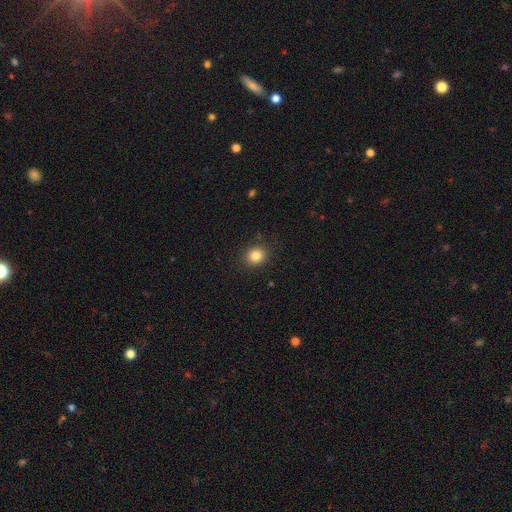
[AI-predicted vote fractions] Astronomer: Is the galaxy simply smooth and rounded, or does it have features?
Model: smooth — 83%.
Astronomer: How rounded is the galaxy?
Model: round — 79%.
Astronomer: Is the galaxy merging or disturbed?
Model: none — 89%.